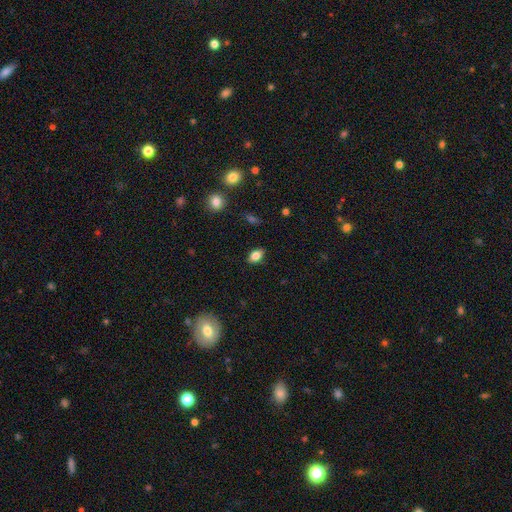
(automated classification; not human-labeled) This is clearly a smooth galaxy (82%). How rounded: clearly in between (87%). Merging: clearly none (86%).